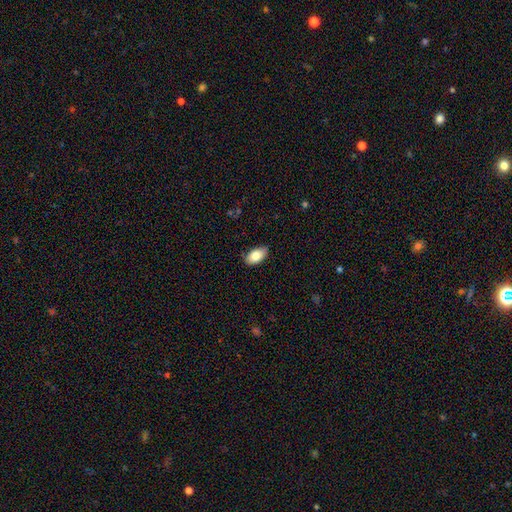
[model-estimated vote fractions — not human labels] smooth 81%, featured or disk 12%, star or artifact 7%. Down the decision tree: how rounded — in between (93%); merging — none (83%).